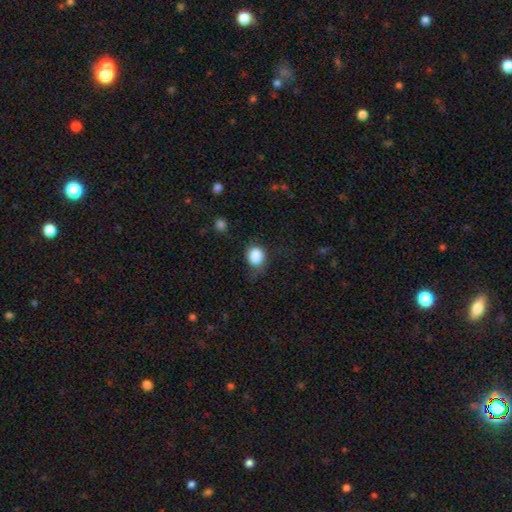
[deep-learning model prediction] This appears to be a smooth galaxy with no disk features (86%) that is round (62%). Merging: none (57%).